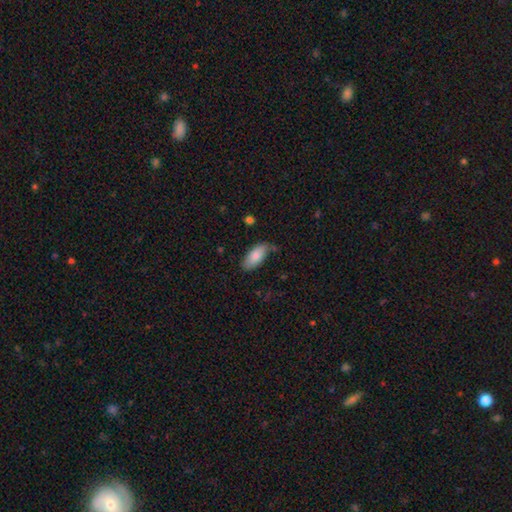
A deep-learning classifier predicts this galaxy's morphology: Overall: smooth (83%). How rounded: in between (89%). Merging: none (72%).